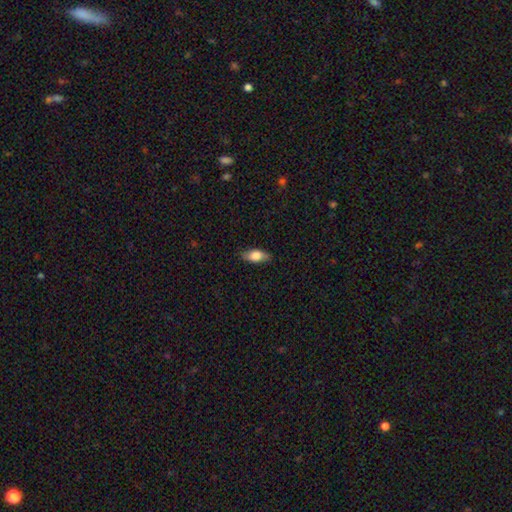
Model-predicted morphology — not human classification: Overall: smooth (78%). How rounded: in between (86%). Merging: none (83%).